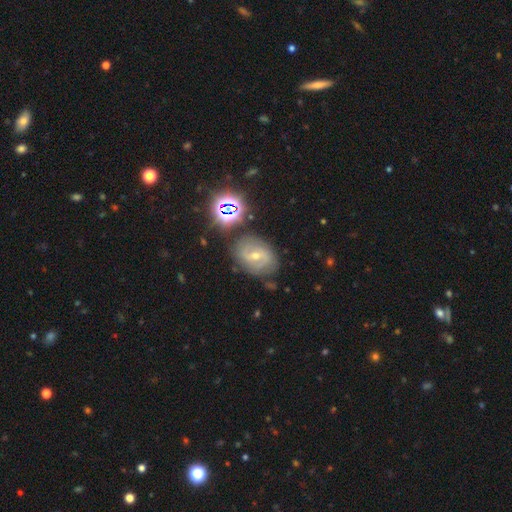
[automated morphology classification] The model was most divided on "bulge size": small: 52%, moderate: 44%, none: 1%, large: 1%, dominant: 1%. Remaining: edge-on disk — no (96%); spiral arms — yes (88%); spiral arm count — 2 (77%); merging — none (74%); smooth or featured — featured or disk (70%); bar — weak (54%); spiral winding — medium (47%).